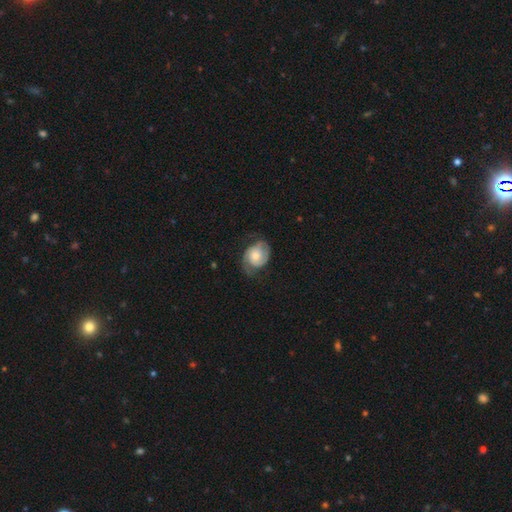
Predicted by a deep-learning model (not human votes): featured or disk 70%, smooth 24%, star or artifact 6%. Down the decision tree: edge-on disk — no (97%); bar — no (71%); spiral arms — yes (92%); spiral arm count — 2 (76%); spiral winding — medium (41%); bulge size — moderate (52%); merging — none (58%).